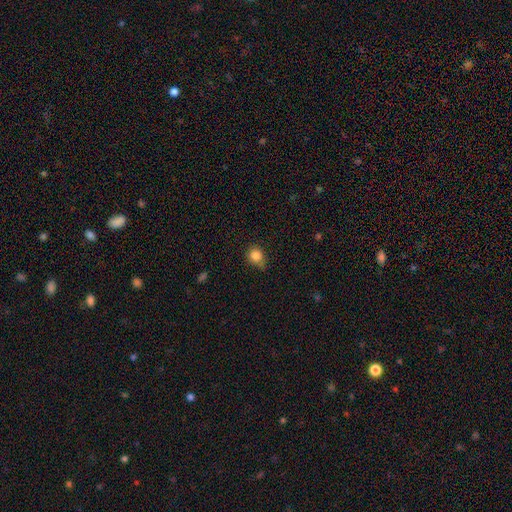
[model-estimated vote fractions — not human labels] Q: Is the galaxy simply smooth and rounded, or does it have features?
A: smooth — 84%.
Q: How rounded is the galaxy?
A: round — 76%.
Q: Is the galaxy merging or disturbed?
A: none — 59%.